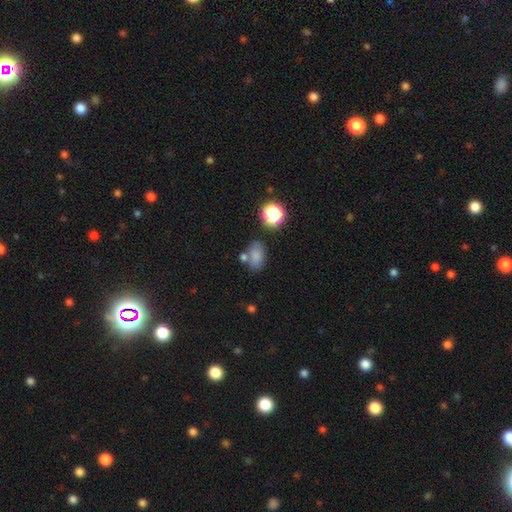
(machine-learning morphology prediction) Smooth or featured?
  - smooth: 79% *
  - star or artifact: 13%
  - featured or disk: 8%
How rounded?
  - in between: 85% *
  - round: 13%
  - cigar-shaped: 2%
Merging?
  - none: 63% *
  - merger: 16%
  - minor disturbance: 15%
  - major disturbance: 5%